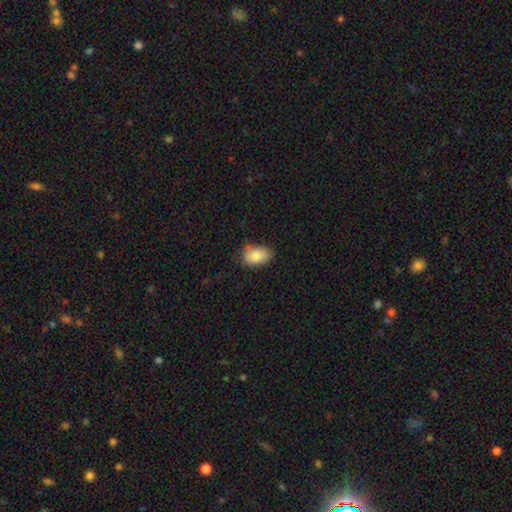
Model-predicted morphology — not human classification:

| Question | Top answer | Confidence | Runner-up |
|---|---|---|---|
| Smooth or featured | smooth | 82% | featured or disk (10%) |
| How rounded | in between | 87% | round (12%) |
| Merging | none | 60% | minor disturbance (31%) |